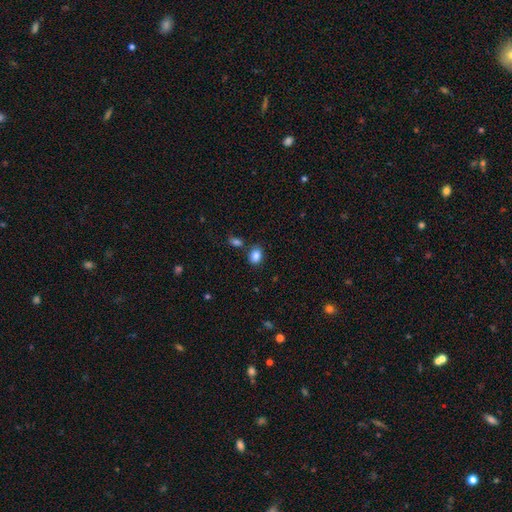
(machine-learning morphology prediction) Smooth or featured?
  - smooth: 85% *
  - star or artifact: 9%
  - featured or disk: 5%
How rounded?
  - in between: 63% *
  - round: 36%
  - cigar-shaped: 1%
Merging?
  - none: 77% *
  - minor disturbance: 11%
  - merger: 9%
  - major disturbance: 3%